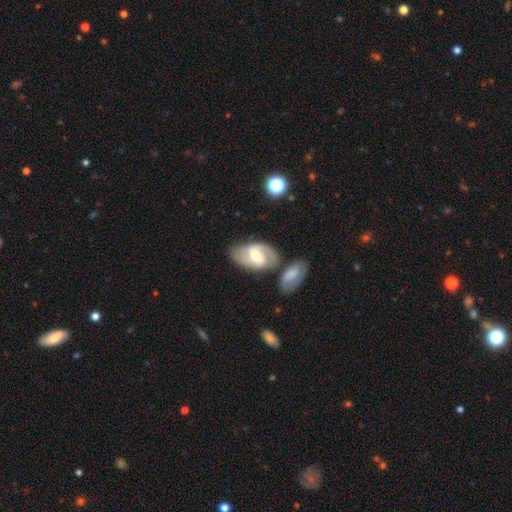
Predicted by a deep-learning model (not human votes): This appears to be a featured or disk galaxy (72%) with a weak bar (54%), 2 (82%) medium (50%) spiral arms (90%) and a moderate central bulge (60%). Merging: none (62%).